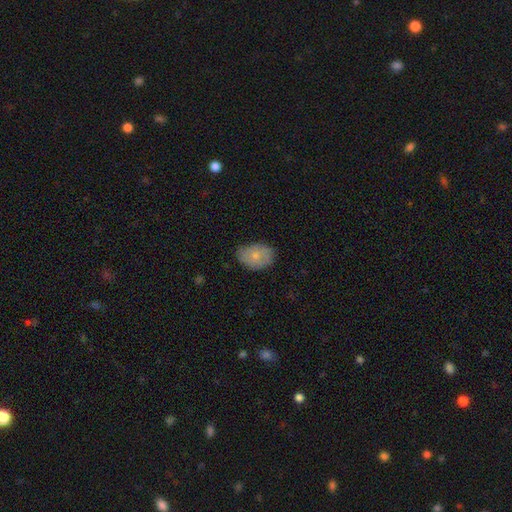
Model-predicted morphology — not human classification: Smooth or featured: smooth — 70% (featured or disk — 23%)
How rounded: in between — 74% (round — 25%)
Merging: none — 72% (minor disturbance — 23%)